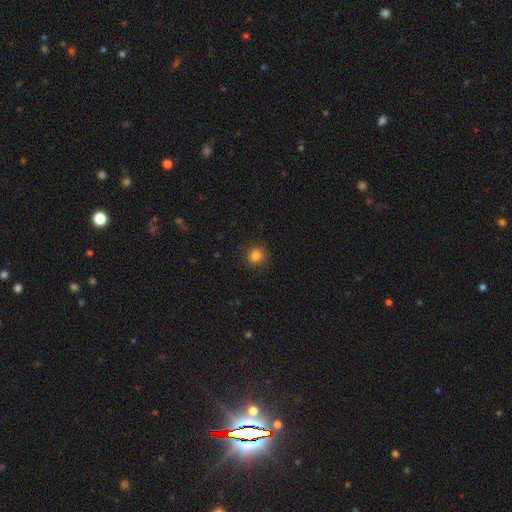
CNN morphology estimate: A smooth galaxy with no disk features (84%) that is round (90%). Merging: none (89%).